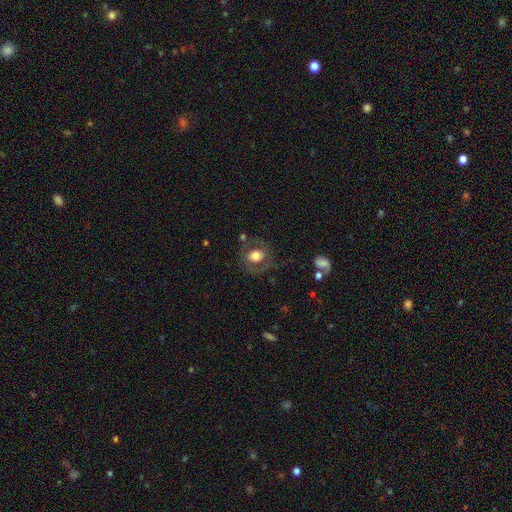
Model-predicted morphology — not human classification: This appears to be a smooth galaxy with no disk features (53%) that is round (65%). Merging: none (65%).